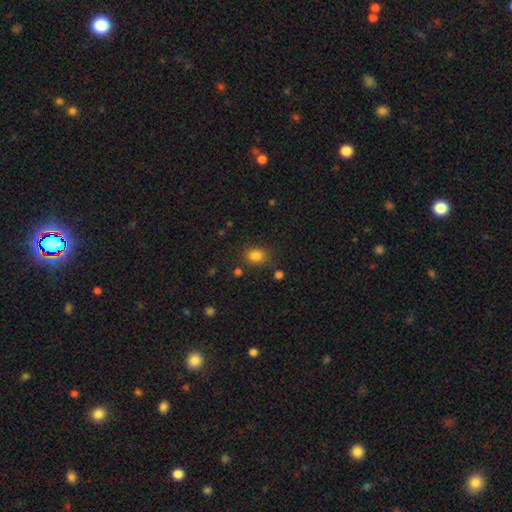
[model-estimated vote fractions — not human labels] Smooth or featured: smooth — 83% (star or artifact — 12%)
How rounded: in between — 52% (round — 47%)
Merging: none — 78% (minor disturbance — 14%)